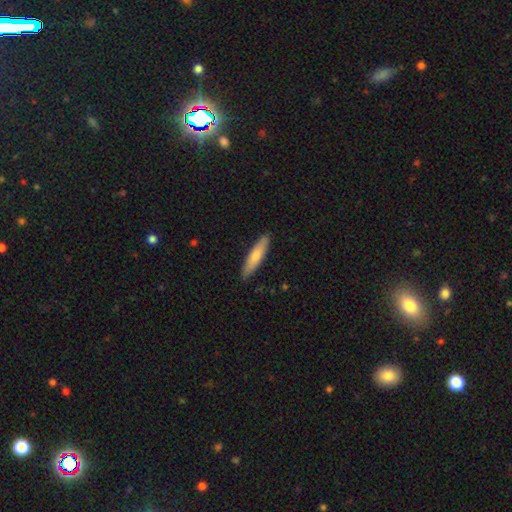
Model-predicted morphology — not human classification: A smooth galaxy with no disk features (75%) that is cigar-shaped (82%).

Vote fractions:
- Smooth or featured? smooth: 75% / featured or disk: 20% / star or artifact: 5%
- How rounded? cigar-shaped: 82% / in between: 17% / round: 1%
- Merging? none: 89% / minor disturbance: 8% / major disturbance: 2% / merger: 1%